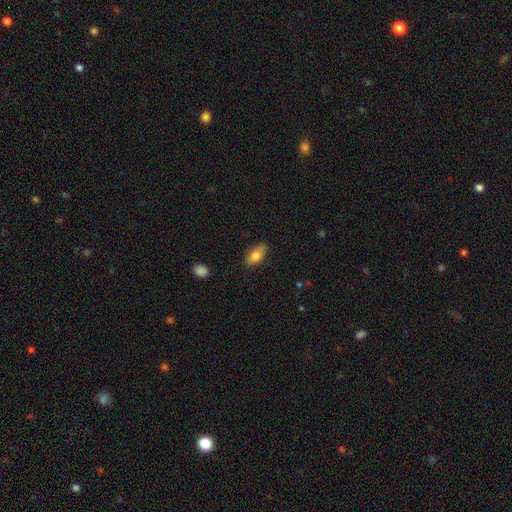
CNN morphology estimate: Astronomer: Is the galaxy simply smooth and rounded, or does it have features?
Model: smooth — 81%.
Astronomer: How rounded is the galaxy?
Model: in between — 87%.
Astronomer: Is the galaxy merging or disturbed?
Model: none — 82%.